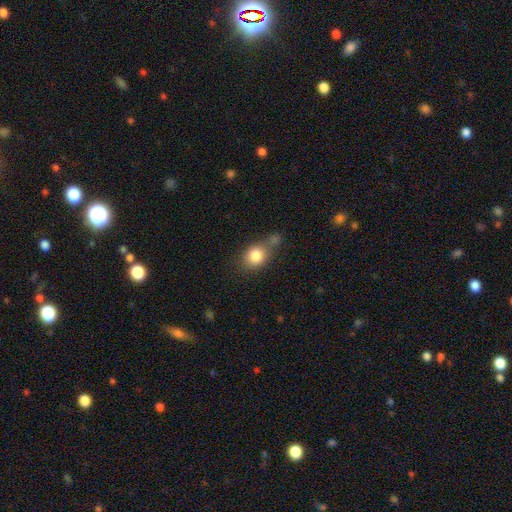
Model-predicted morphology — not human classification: Overall: smooth (82%). How rounded: round (57%; in between 41%). Merging: none (47%; merger 27%).